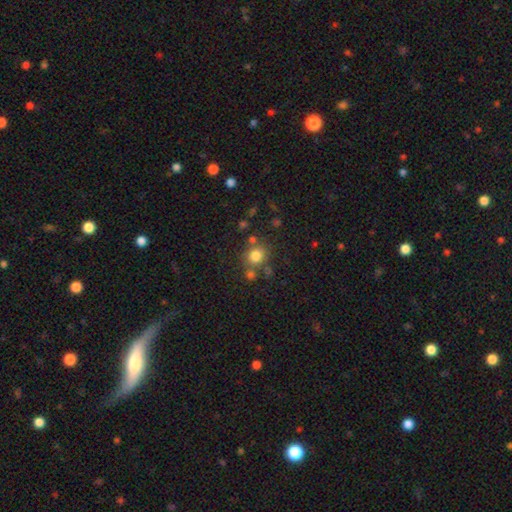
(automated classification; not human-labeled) This is likely a smooth galaxy (78%). How rounded: clearly round (85%). Merging: likely none (69%).